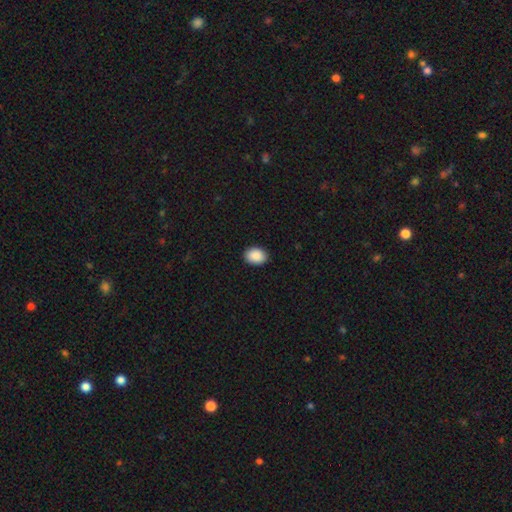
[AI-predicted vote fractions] The model was most divided on "how rounded": in between: 74%, round: 25%, cigar-shaped: 1%. More confident: smooth or featured — smooth (90%); merging — none (90%).